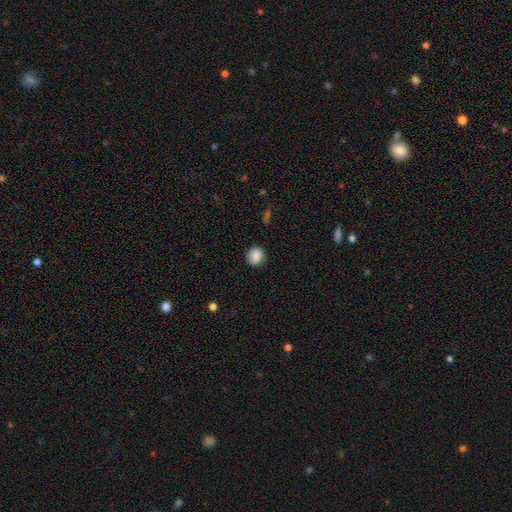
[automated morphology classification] smooth 87%, star or artifact 8%, featured or disk 4%. Down the decision tree: how rounded — round (80%); merging — none (85%).